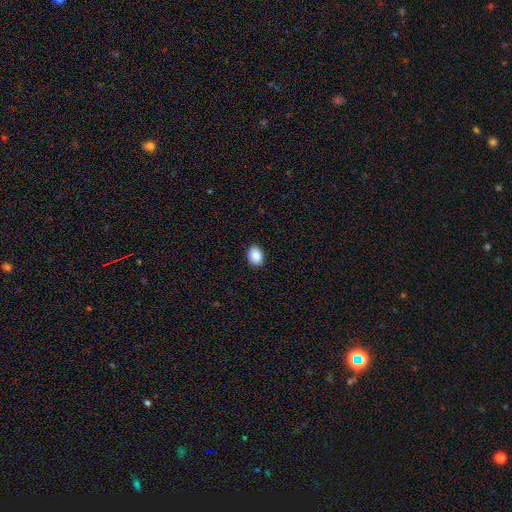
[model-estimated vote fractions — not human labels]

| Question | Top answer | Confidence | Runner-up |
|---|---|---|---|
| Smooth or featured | smooth | 88% | star or artifact (8%) |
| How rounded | in between | 64% | round (35%) |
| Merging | none | 90% | minor disturbance (7%) |